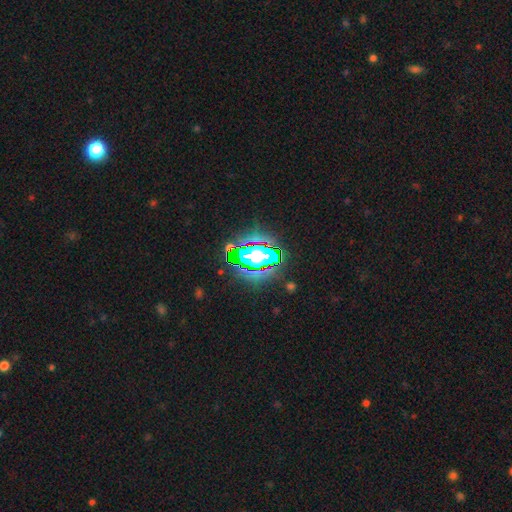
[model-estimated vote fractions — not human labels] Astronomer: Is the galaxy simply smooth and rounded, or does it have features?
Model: star or artifact — 67%.